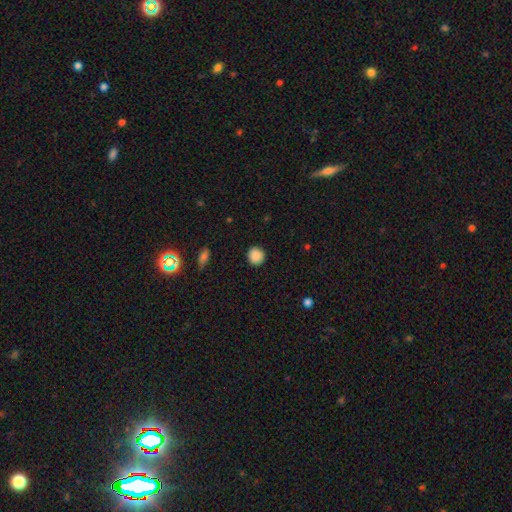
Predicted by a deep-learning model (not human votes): Smooth or featured: smooth — 88% (star or artifact — 9%)
How rounded: round — 91% (in between — 8%)
Merging: none — 91% (minor disturbance — 6%)